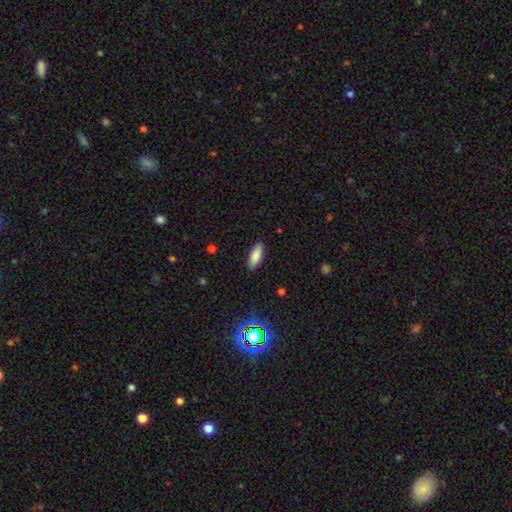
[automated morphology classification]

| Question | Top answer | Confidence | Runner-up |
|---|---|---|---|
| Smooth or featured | smooth | 84% | star or artifact (8%) |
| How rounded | in between | 72% | cigar-shaped (26%) |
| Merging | none | 88% | minor disturbance (9%) |